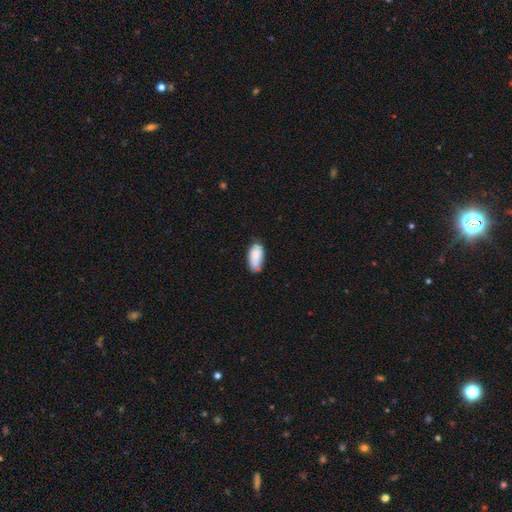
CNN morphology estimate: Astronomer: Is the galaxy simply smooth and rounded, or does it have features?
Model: smooth — 85%.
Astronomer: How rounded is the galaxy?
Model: in between — 91%.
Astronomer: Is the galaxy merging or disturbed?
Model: none — 67%.